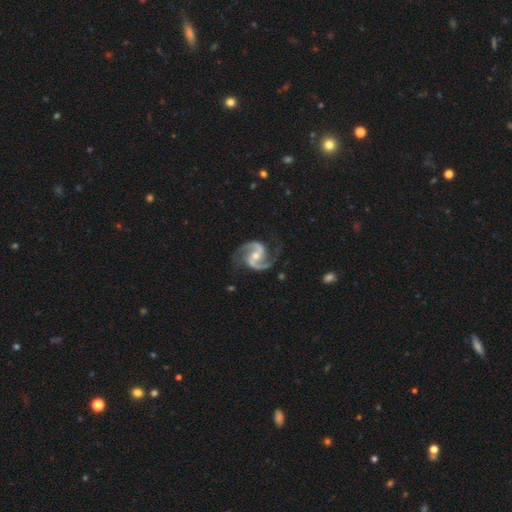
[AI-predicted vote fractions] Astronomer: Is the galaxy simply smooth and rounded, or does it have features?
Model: featured or disk — 94%.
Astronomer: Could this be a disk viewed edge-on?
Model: no — 98%.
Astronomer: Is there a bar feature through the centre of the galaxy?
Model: weak — 43% (runner-up: no, 40%).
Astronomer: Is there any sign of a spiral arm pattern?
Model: yes — 99%.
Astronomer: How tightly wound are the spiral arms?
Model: medium — 66%.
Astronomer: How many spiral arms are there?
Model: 2 — 94%.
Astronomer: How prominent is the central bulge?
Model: moderate — 61%.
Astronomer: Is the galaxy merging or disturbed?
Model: none — 78%.